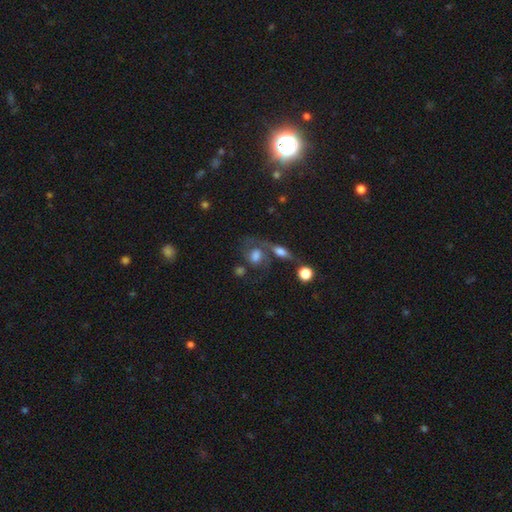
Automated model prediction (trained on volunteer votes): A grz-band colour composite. It shows a featured or disk galaxy (45%). Merging: none (37%).